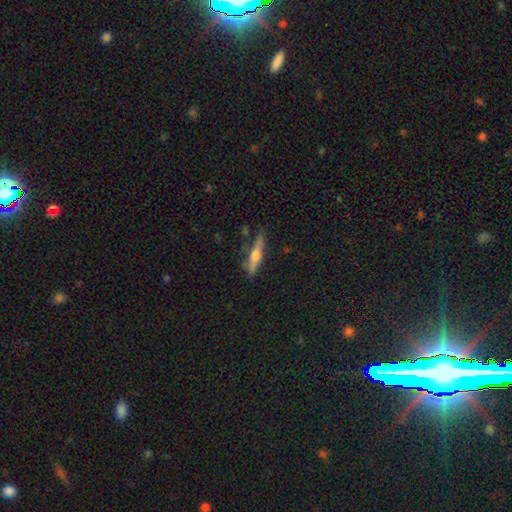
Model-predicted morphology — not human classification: smooth-or-featured: featured or disk: 54% | smooth: 39% | star or artifact: 7%
  disk-edge-on: yes: 95% | no: 5%
    edge-on-bulge: rounded: 88% | none: 7% | boxy: 5%
  merging: none: 74% | minor disturbance: 18% | major disturbance: 4% | merger: 4%